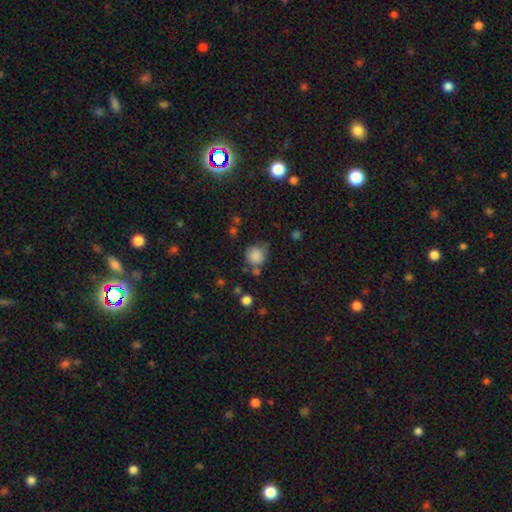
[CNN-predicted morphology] Smooth or featured?
  - smooth: 84% *
  - star or artifact: 10%
  - featured or disk: 6%
How rounded?
  - round: 85% *
  - in between: 14%
  - cigar-shaped: 1%
Merging?
  - none: 55% *
  - minor disturbance: 27%
  - major disturbance: 9%
  - merger: 9%